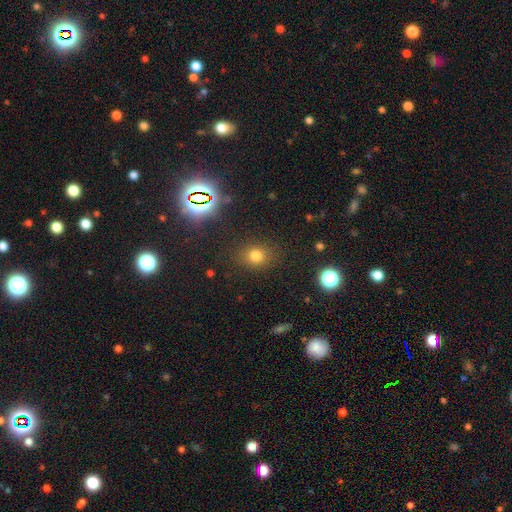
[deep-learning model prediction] Smooth or featured: smooth — 73% (star or artifact — 20%)
How rounded: round — 63% (in between — 36%)
Merging: none — 83% (minor disturbance — 11%)